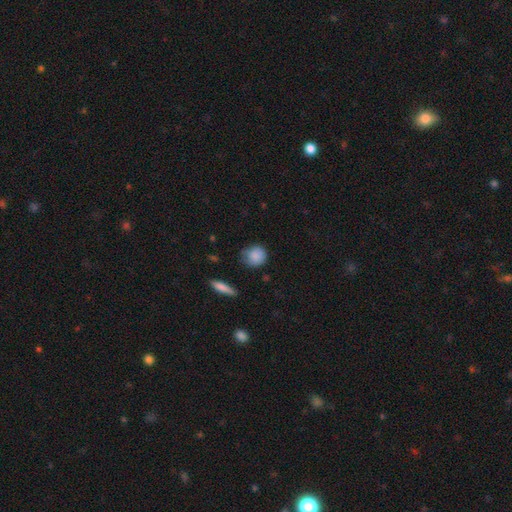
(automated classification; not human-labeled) A smooth galaxy with no disk features (85%) that is round (79%). Merging: none (63%).